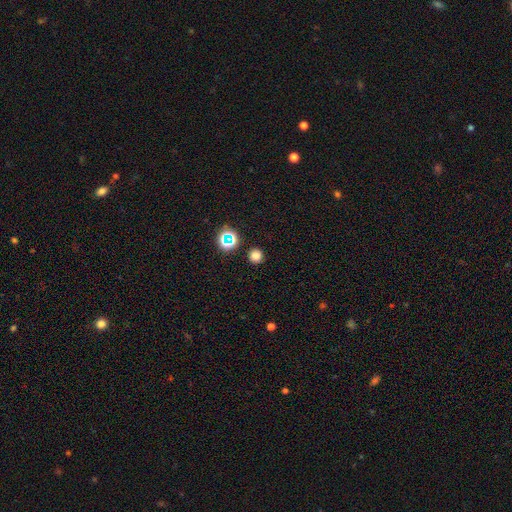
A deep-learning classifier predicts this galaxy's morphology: This appears to be a smooth galaxy with no disk features (77%) that is round (95%). Merging: none (91%).